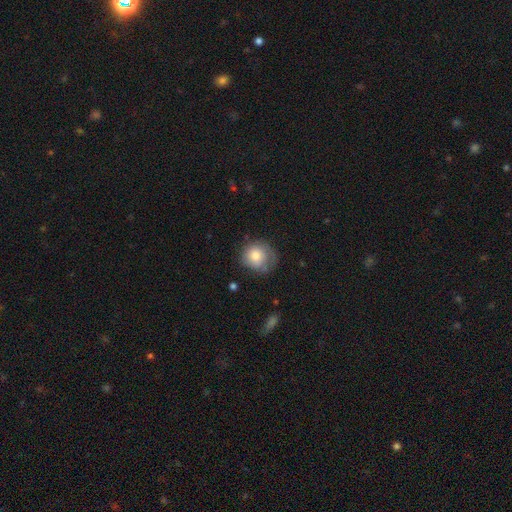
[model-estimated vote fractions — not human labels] Smooth or featured? smooth (75%)
How rounded? round (82%)
Merging? none (57%)